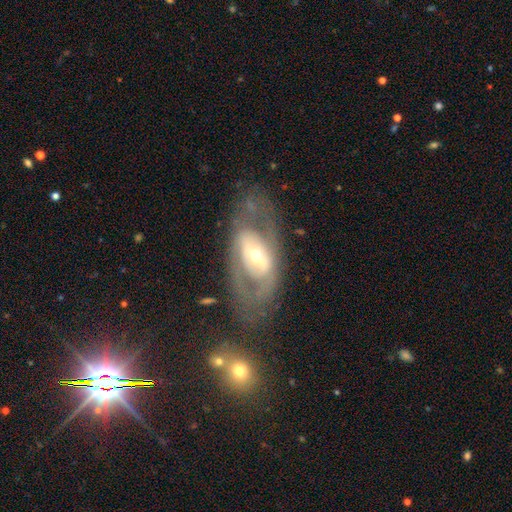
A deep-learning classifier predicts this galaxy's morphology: This appears to be a featured or disk galaxy (76%) with no bar (37%), spiral arms (61%) and a moderate central bulge (56%). Merging: none (64%).